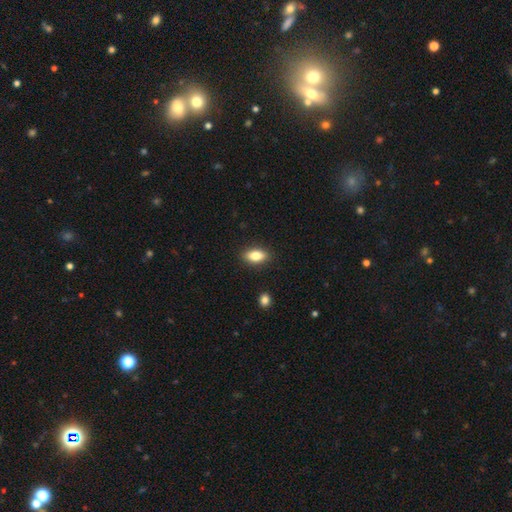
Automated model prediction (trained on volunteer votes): Smooth or featured: smooth — 81% (featured or disk — 11%)
How rounded: in between — 87% (cigar-shaped — 7%)
Merging: none — 89% (minor disturbance — 8%)